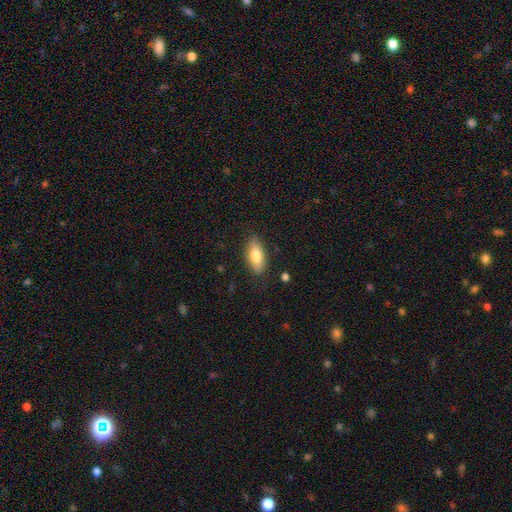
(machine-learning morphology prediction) Smooth or featured?
  - smooth: 76% *
  - featured or disk: 18%
  - star or artifact: 7%
How rounded?
  - in between: 79% *
  - cigar-shaped: 18%
  - round: 3%
Merging?
  - none: 83% *
  - minor disturbance: 13%
  - major disturbance: 3%
  - merger: 1%